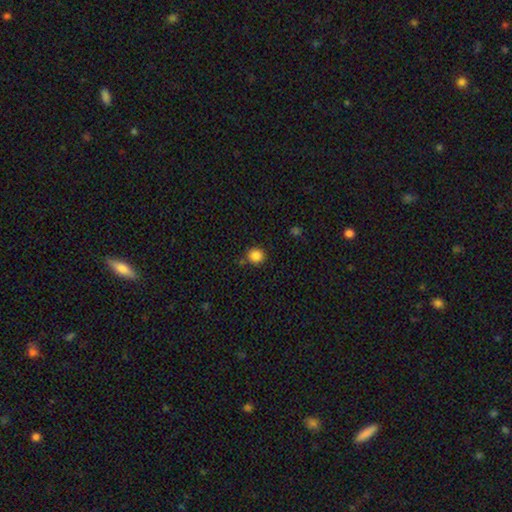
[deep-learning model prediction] A smooth galaxy with no disk features (86%) that is round (89%).

Vote fractions:
- Smooth or featured? smooth: 86% / star or artifact: 11% / featured or disk: 4%
- How rounded? round: 89% / in between: 10% / cigar-shaped: 1%
- Merging? none: 80% / minor disturbance: 12% / merger: 6% / major disturbance: 3%